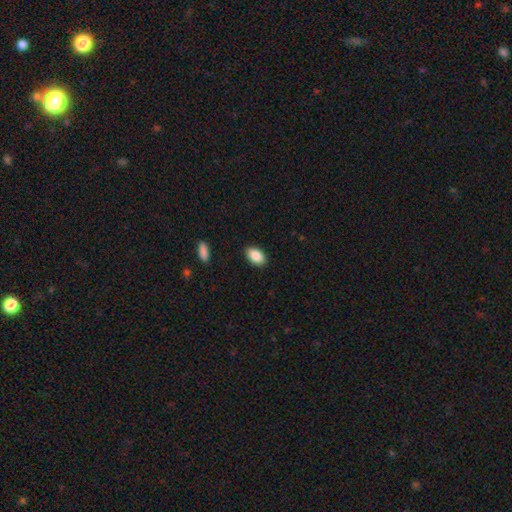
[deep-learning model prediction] smooth 88%, star or artifact 7%, featured or disk 5%. Down the decision tree: how rounded — in between (92%); merging — none (89%).